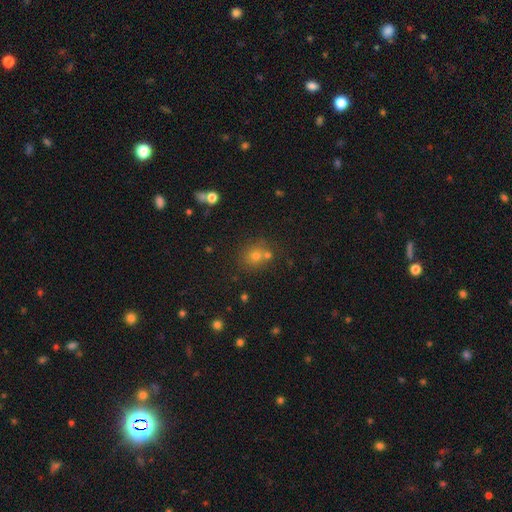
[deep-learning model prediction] This appears to be a smooth galaxy with no disk features (66%) that is round (82%). Merging: none (63%).